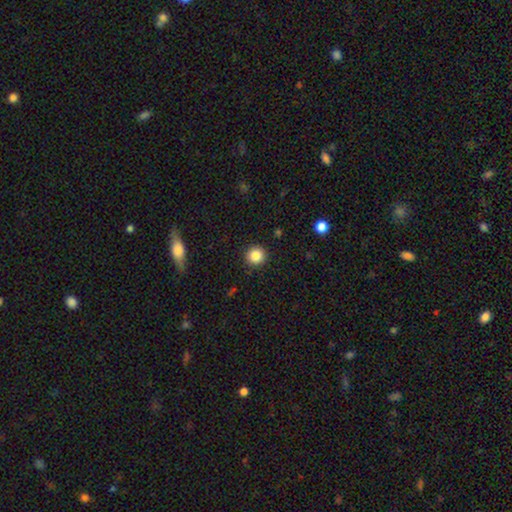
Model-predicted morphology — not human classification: smooth-or-featured: smooth: 85% | star or artifact: 10% | featured or disk: 5%
  how-rounded: round: 94% | in between: 5% | cigar-shaped: 1%
  merging: none: 92% | minor disturbance: 5% | major disturbance: 2% | merger: 1%